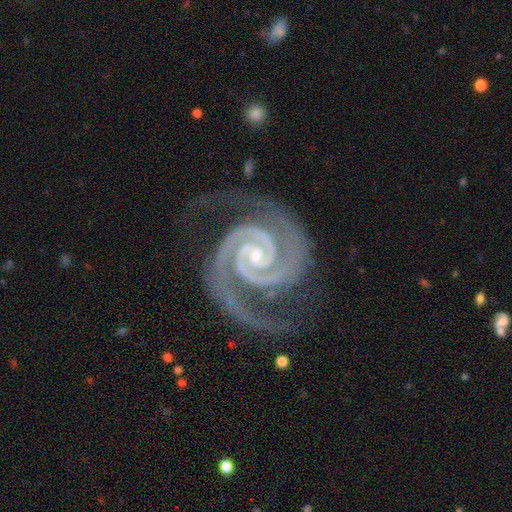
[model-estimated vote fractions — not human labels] Smooth or featured? featured or disk (95%)
Edge-on disk? no (98%)
Bar? no (55%)
Spiral arms? yes (99%)
Spiral winding? tight (75%)
Spiral arm count? 2 (90%)
Bulge size? small (66%)
Merging? none (69%)